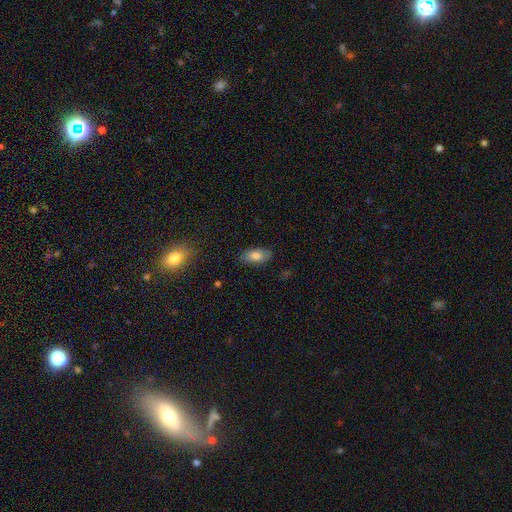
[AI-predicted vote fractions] Q: Smooth or featured?
A: smooth (82%); runner-up: featured or disk (10%)
Q: How rounded?
A: in between (89%); runner-up: cigar-shaped (8%)
Q: Merging?
A: none (82%); runner-up: minor disturbance (14%)